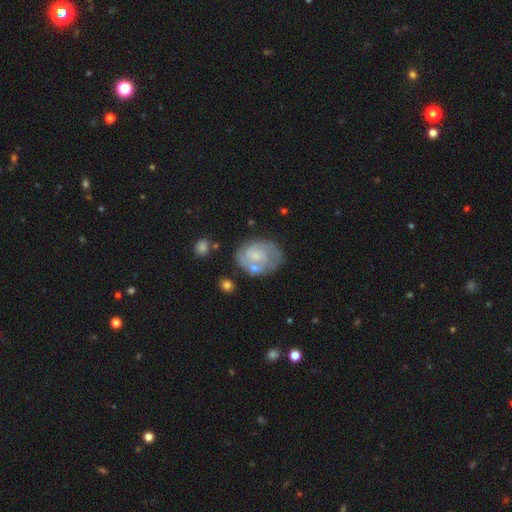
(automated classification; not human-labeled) Smooth or featured? featured or disk (68%)
Edge-on disk? no (98%)
Bar? no (63%)
Spiral arms? yes (85%)
Spiral winding? tight (53%)
Spiral arm count? 2 (54%)
Bulge size? small (58%)
Merging? none (63%)